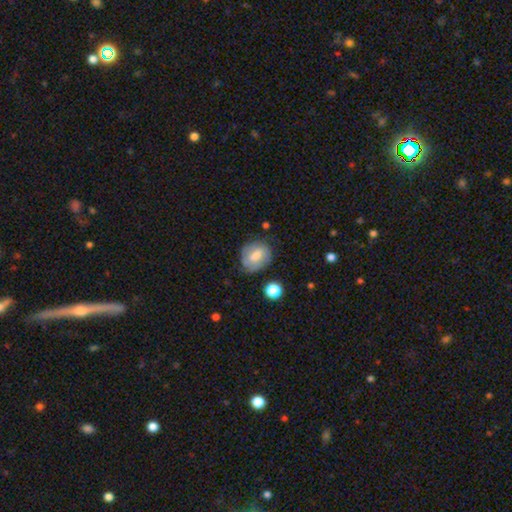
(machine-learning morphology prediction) type=smooth (53%); roundness=in between (55%); merging=none (63%).